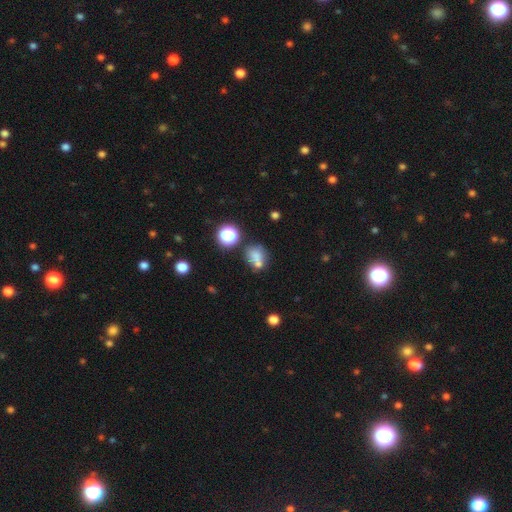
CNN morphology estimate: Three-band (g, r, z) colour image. It shows a smooth galaxy with no disk features (69%) that is round (59%). Merging: none (42%).